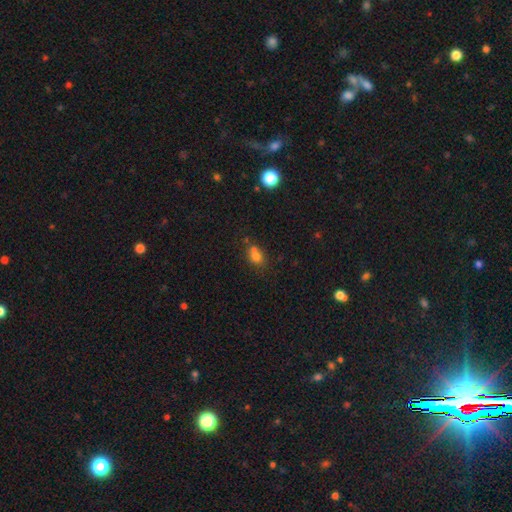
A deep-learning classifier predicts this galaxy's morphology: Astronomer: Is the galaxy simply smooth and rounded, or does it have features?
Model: smooth — 70%.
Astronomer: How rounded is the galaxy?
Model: round — 59% (runner-up: in between, 39%).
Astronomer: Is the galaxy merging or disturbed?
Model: none — 42%, tied with merger at 42%.